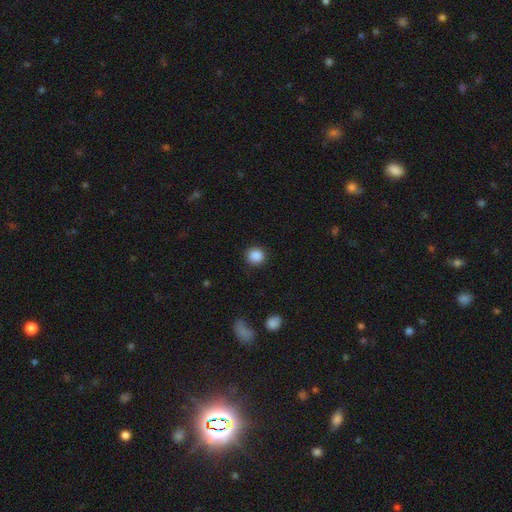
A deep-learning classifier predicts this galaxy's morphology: A smooth galaxy with no disk features (88%) that is round (89%).

Vote fractions:
- Smooth or featured? smooth: 88% / star or artifact: 10% / featured or disk: 3%
- How rounded? round: 89% / in between: 10% / cigar-shaped: 1%
- Merging? none: 89% / minor disturbance: 7% / major disturbance: 2% / merger: 1%